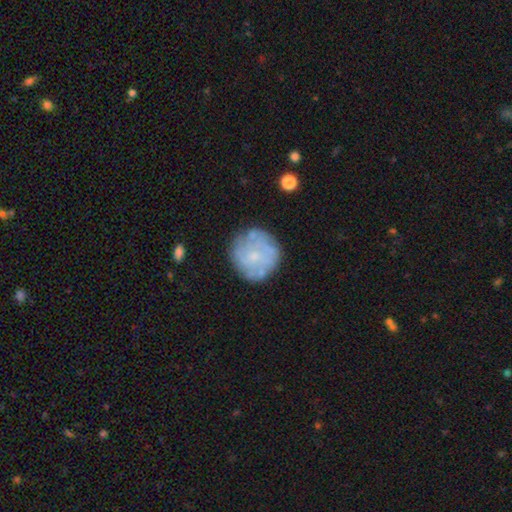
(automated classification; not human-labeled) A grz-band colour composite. It shows a featured or disk galaxy (56%) with no bar (79%), spiral arms (50%, tied with no) and a small central bulge (61%). Merging: none (72%).